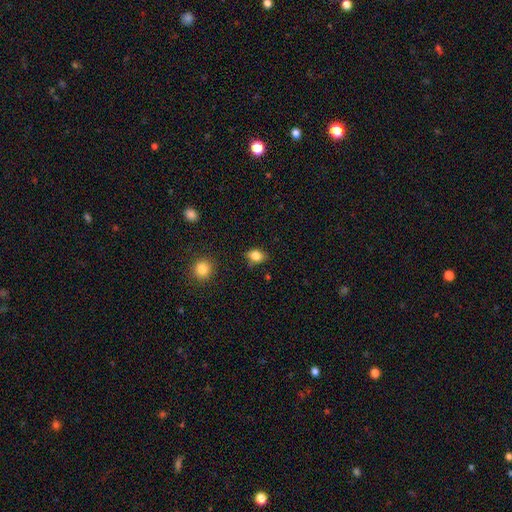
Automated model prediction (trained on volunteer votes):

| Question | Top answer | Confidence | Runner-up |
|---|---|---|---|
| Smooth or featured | smooth | 82% | star or artifact (10%) |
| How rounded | in between | 67% | round (31%) |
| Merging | none | 77% | minor disturbance (17%) |